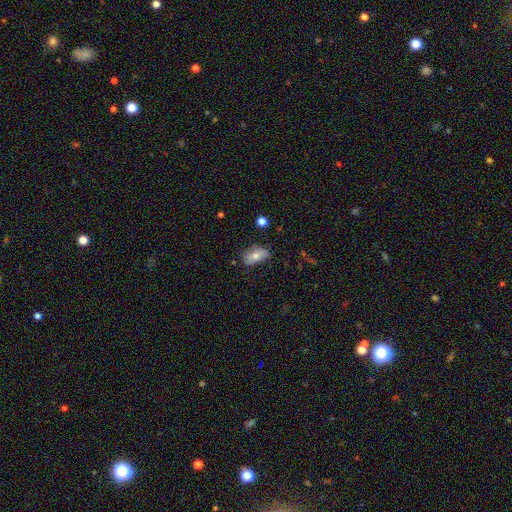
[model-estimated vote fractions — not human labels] This is likely a smooth galaxy (71%). How rounded: clearly in between (89%). Merging: likely none (66%).